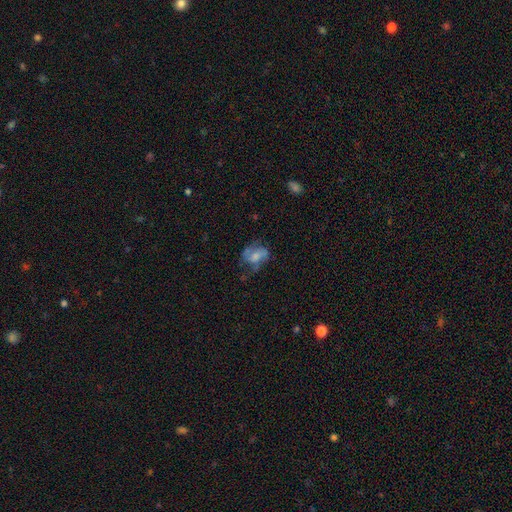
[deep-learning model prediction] Smooth or featured?
  - featured or disk: 56% *
  - smooth: 35%
  - star or artifact: 9%
Edge-on disk?
  - no: 97% *
  - yes: 3%
Bar?
  - no: 51% *
  - weak: 36%
  - strong: 12%
Spiral arms?
  - yes: 79% *
  - no: 21%
Bulge size?
  - moderate: 39% *
  - small: 36%
  - none: 14%
  - large: 9%
  - dominant: 2%
Merging?
  - none: 50% *
  - minor disturbance: 25%
  - major disturbance: 23%
  - merger: 3%